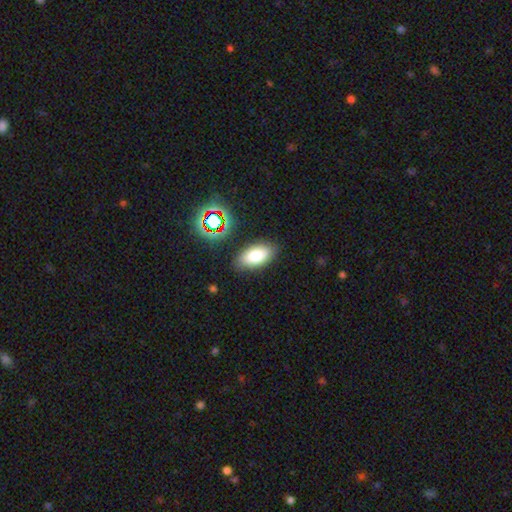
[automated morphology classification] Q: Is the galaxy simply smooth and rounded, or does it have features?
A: smooth — 78%.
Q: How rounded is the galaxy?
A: in between — 92%.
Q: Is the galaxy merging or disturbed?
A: none — 84%.